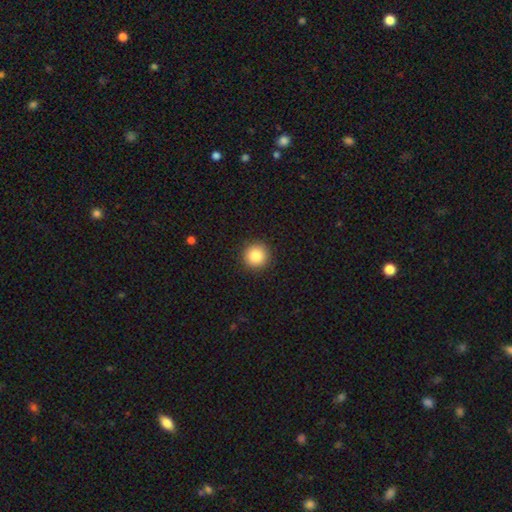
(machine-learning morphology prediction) Smooth or featured: smooth — 86% (star or artifact — 9%)
How rounded: round — 95% (in between — 4%)
Merging: none — 92% (minor disturbance — 5%)